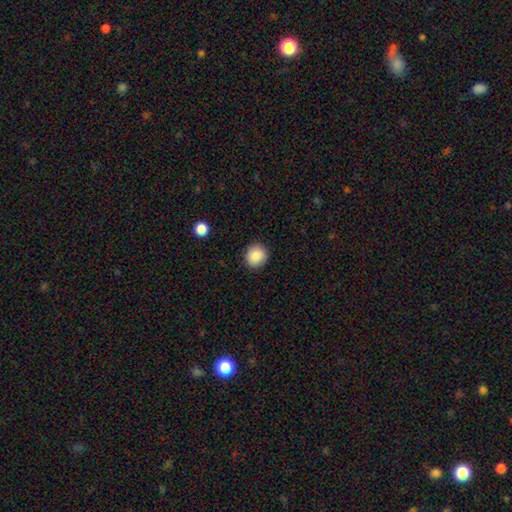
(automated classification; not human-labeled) Overall: smooth (88%). How rounded: round (89%). Merging: none (91%).